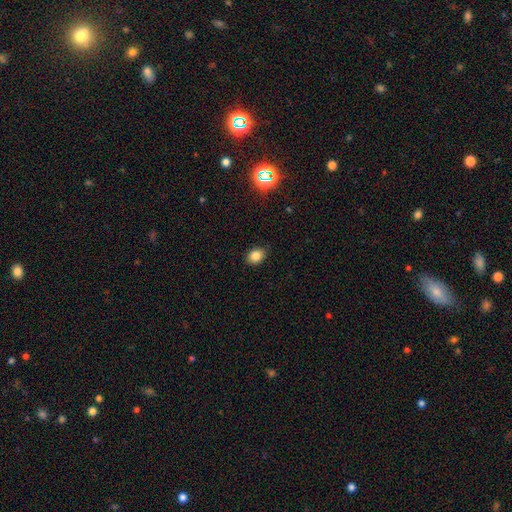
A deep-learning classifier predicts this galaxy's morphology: Smooth or featured: smooth — 83% (star or artifact — 11%)
How rounded: in between — 54% (round — 45%)
Merging: none — 83% (minor disturbance — 13%)